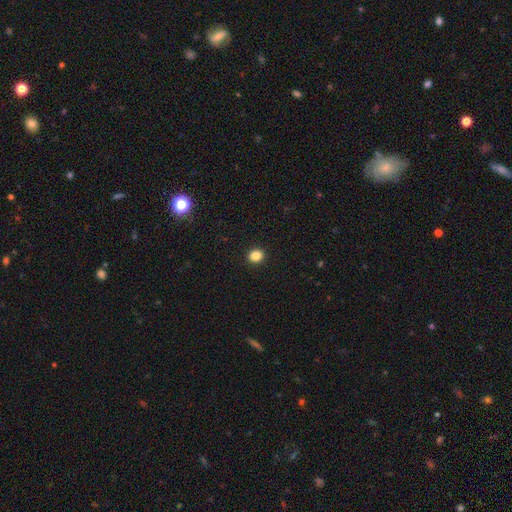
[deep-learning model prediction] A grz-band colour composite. It shows a smooth galaxy with no disk features (84%) that is round (81%). Merging: none (93%).